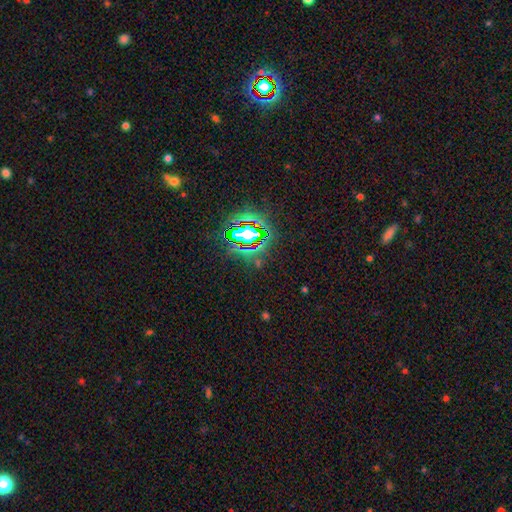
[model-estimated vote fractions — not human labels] Smooth or featured? Predicted: star or artifact (p=0.82).